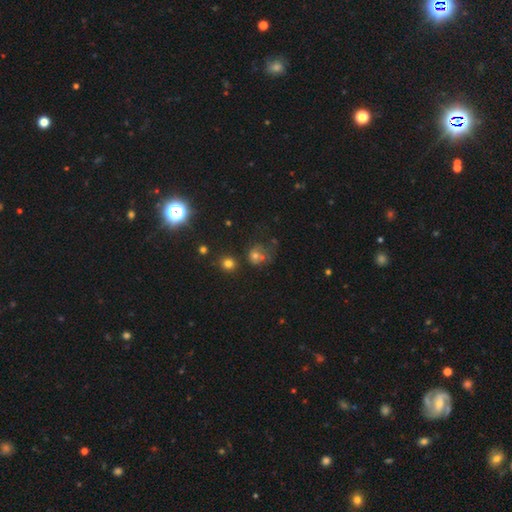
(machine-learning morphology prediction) The model was most divided on "merging": none: 43%, major disturbance: 21%, minor disturbance: 21%, merger: 15%. More confident: how rounded — round (73%); smooth or featured — smooth (57%).